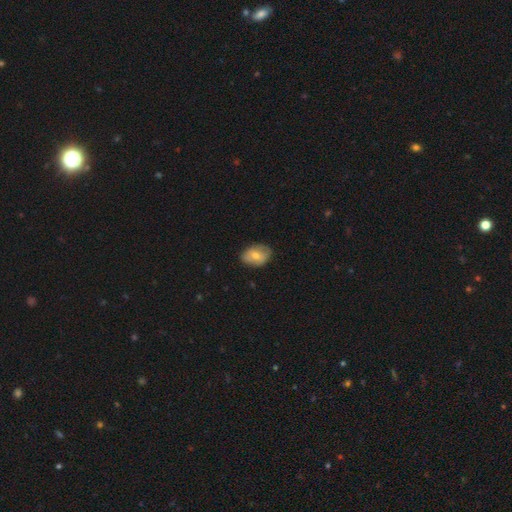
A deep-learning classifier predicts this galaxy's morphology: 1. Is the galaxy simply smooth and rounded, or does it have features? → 64% smooth, 28% featured or disk, 7% star or artifact.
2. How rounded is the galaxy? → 78% in between, 21% round, 1% cigar-shaped.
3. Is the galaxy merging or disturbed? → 77% none, 18% minor disturbance, 3% major disturbance, 1% merger.